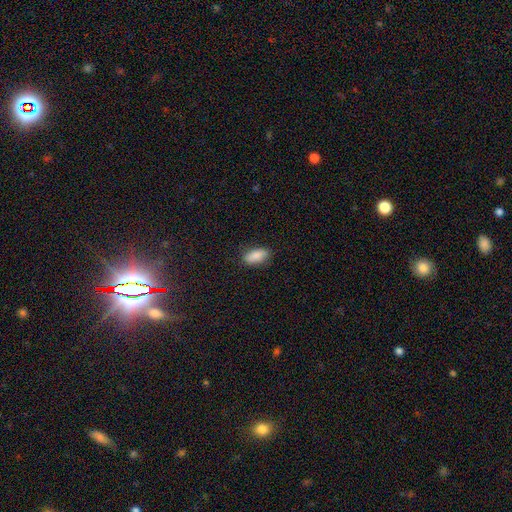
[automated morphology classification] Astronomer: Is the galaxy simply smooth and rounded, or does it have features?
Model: smooth — 88%.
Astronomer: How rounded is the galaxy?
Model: in between — 89%.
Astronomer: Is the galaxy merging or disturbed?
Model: none — 84%.